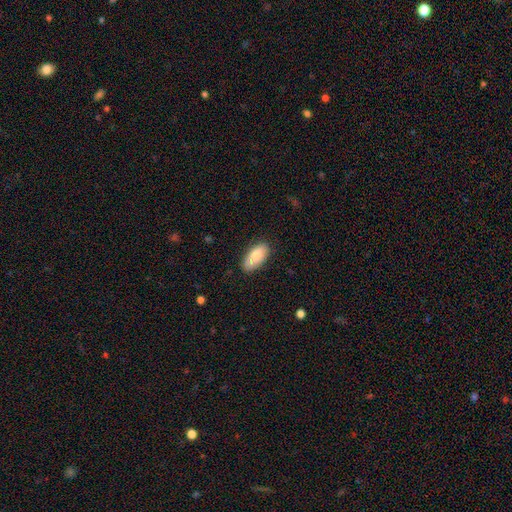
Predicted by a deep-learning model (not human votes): Smooth or featured? Predicted: smooth (p=0.81). How rounded? Predicted: in between (p=0.89). Merging? Predicted: none (p=0.79).